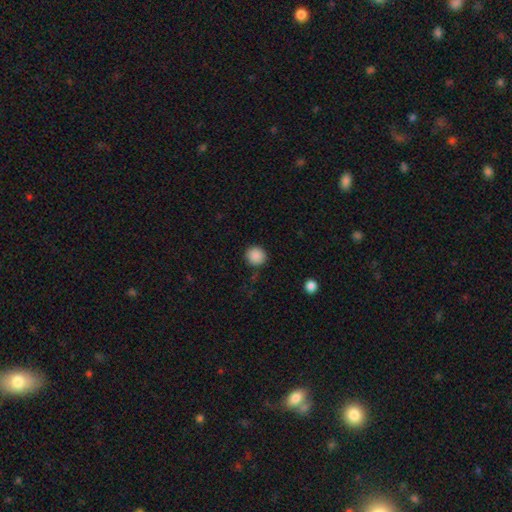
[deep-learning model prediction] A smooth galaxy with no disk features (88%) that is round (90%).

Vote fractions:
- Smooth or featured? smooth: 88% / star or artifact: 9% / featured or disk: 3%
- How rounded? round: 90% / in between: 9% / cigar-shaped: 1%
- Merging? none: 88% / minor disturbance: 8% / major disturbance: 2% / merger: 2%